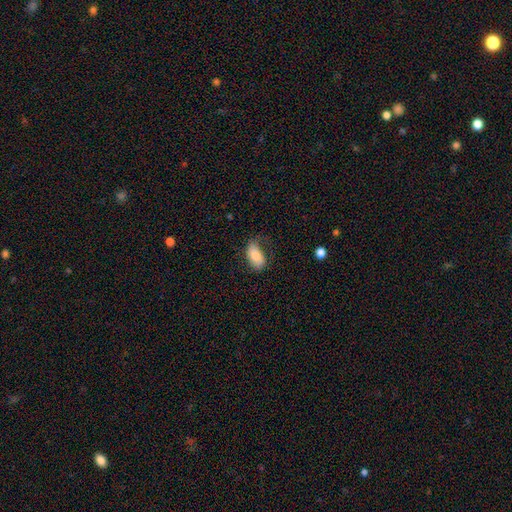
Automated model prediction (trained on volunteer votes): Morphology: type=smooth (75%); roundness=in between (93%); merging=none (58%).